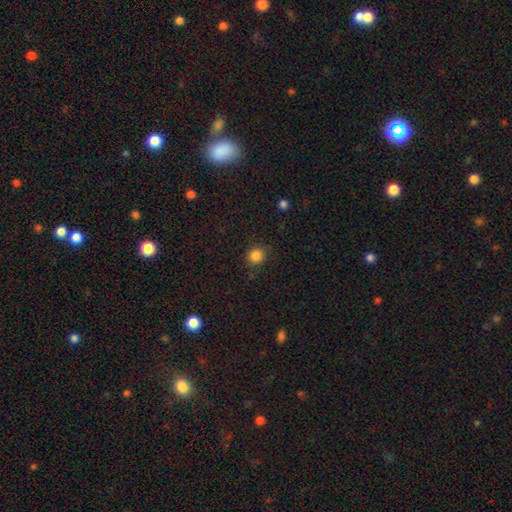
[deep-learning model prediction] Smooth or featured? Predicted: smooth (p=0.84). How rounded? Predicted: round (p=0.85). Merging? Predicted: none (p=0.84).